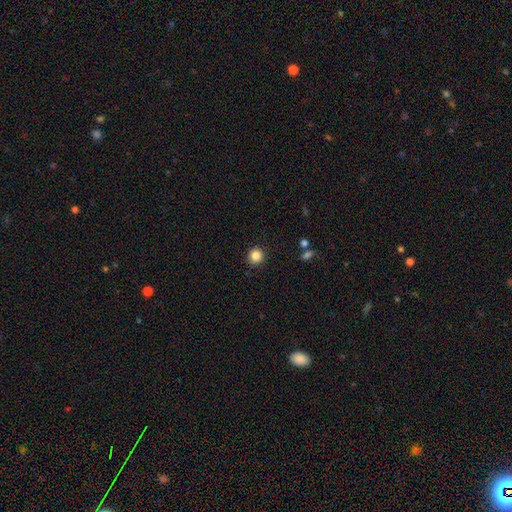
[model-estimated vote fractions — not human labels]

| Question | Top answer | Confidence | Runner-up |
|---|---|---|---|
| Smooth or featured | smooth | 85% | star or artifact (11%) |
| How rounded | round | 94% | in between (5%) |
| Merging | none | 92% | minor disturbance (5%) |